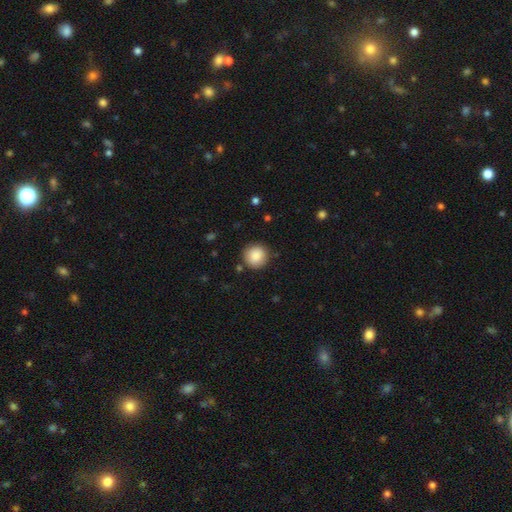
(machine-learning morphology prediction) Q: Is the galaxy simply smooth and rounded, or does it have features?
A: smooth — 87%.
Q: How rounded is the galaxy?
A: round — 93%.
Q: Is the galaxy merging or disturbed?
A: none — 87%.